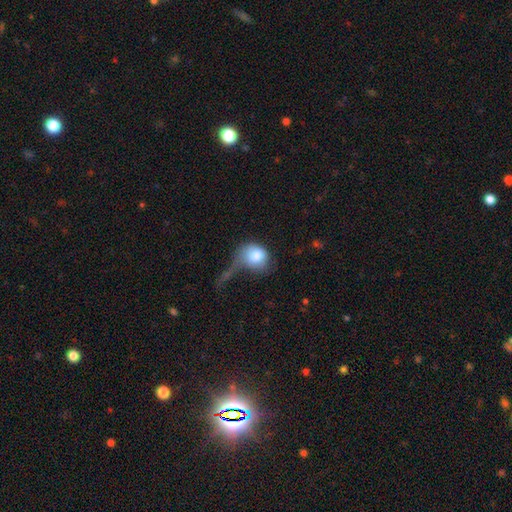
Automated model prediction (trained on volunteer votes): A smooth galaxy with no disk features (76%) that is round (59%).

Vote fractions:
- Smooth or featured? smooth: 76% / featured or disk: 17% / star or artifact: 7%
- How rounded? round: 59% / in between: 39% / cigar-shaped: 1%
- Merging? major disturbance: 51% / minor disturbance: 18% / none: 17% / merger: 13%